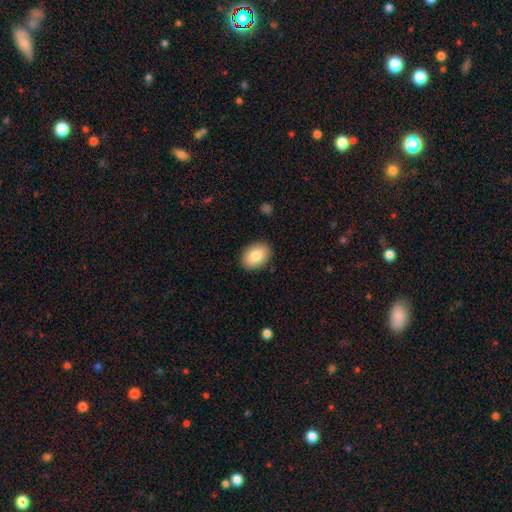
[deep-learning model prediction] The model was most divided on "how rounded": in between: 79%, round: 20%, cigar-shaped: 1%. More confident: merging — none (89%); smooth or featured — smooth (84%).